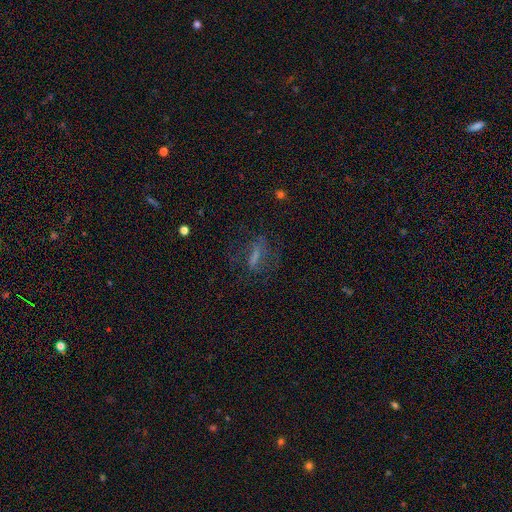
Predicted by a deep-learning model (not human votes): smooth_or_featured: featured or disk (p=0.41) [alt: smooth p=0.38]
merging: none (p=0.57) [alt: major disturbance p=0.23]